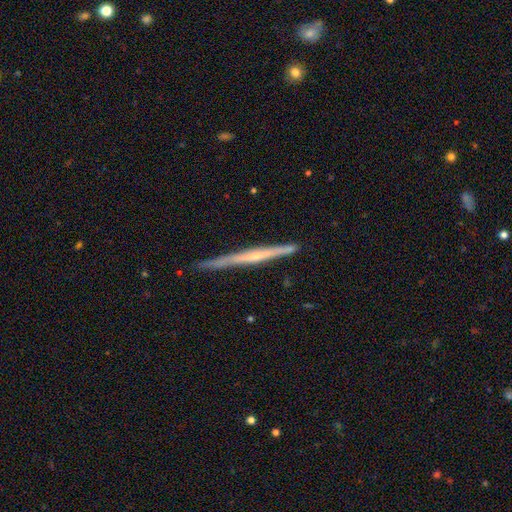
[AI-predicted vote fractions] This appears to be a featured or disk galaxy (69%) viewed edge-on (98%) with no central bulge (58%). Merging: none (85%).